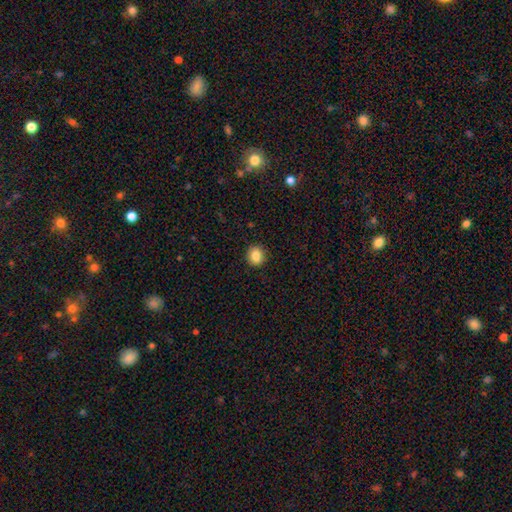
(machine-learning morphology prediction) smooth 86%, star or artifact 10%, featured or disk 5%. Down the decision tree: how rounded — round (76%); merging — none (90%).